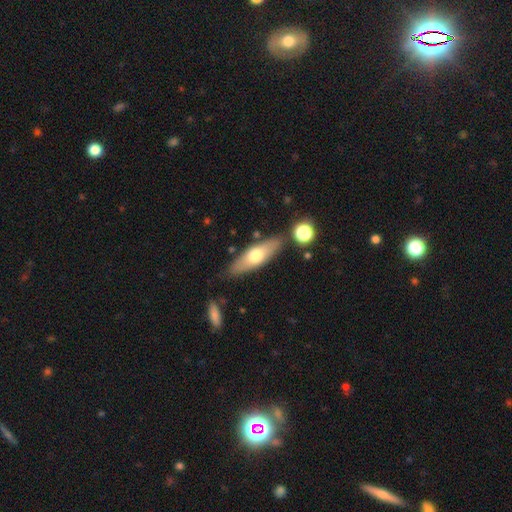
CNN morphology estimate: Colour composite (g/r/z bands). It shows a smooth galaxy with no disk features (57%) that is in between round and cigar-shaped (52%). Merging: none (82%).